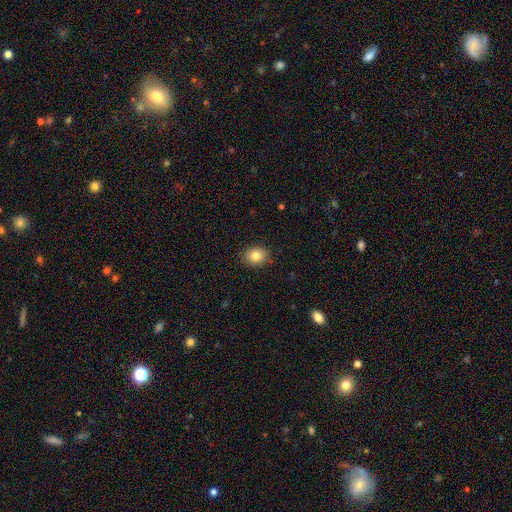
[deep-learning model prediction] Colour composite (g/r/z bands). It shows a smooth galaxy with no disk features (82%) that is round (63%). Merging: none (89%).